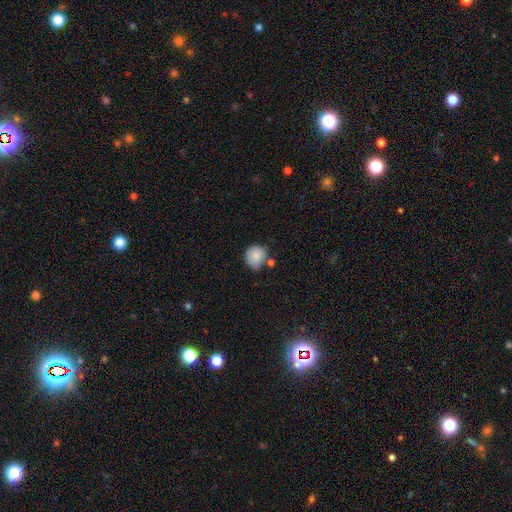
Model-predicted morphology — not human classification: Smooth or featured? smooth (83%)
How rounded? round (79%)
Merging? none (54%)